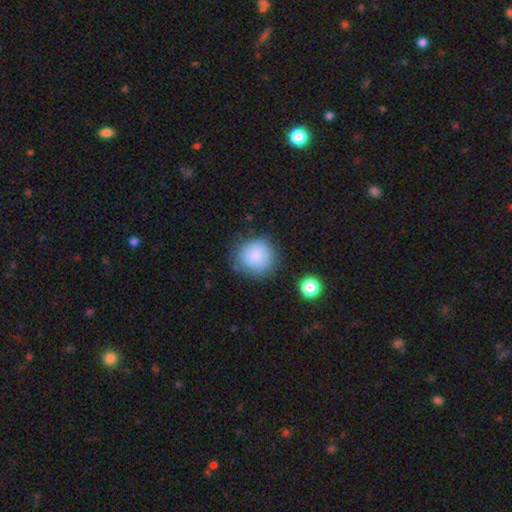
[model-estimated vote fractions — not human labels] Smooth or featured: smooth — 85% (star or artifact — 8%)
How rounded: round — 91% (in between — 8%)
Merging: none — 75% (minor disturbance — 16%)